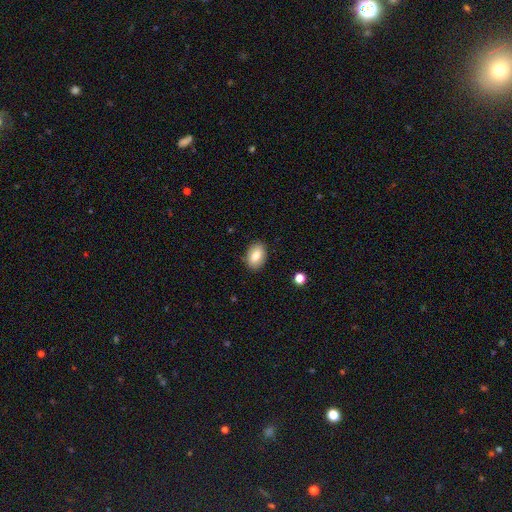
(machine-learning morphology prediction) A smooth galaxy with no disk features (80%) that is in between round and cigar-shaped (84%). Merging: none (86%).